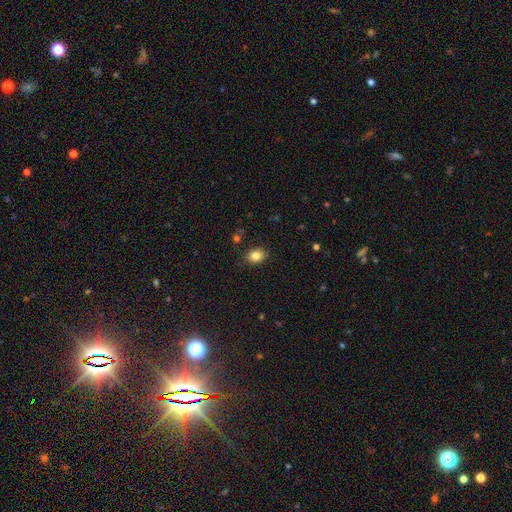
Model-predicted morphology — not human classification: Smooth or featured: smooth — 84% (star or artifact — 10%)
How rounded: in between — 62% (round — 37%)
Merging: none — 85% (minor disturbance — 10%)